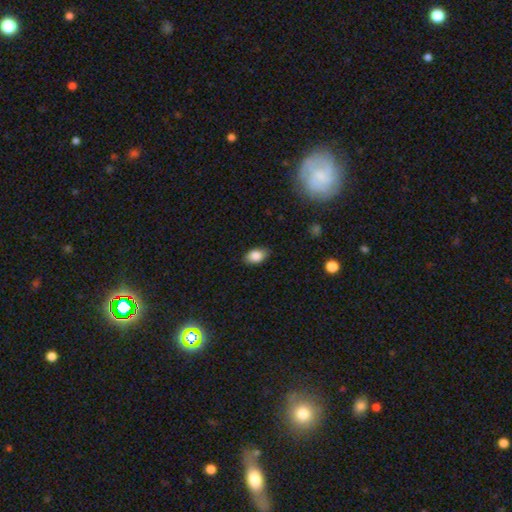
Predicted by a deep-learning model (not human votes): A smooth galaxy with no disk features (86%) that is in between round and cigar-shaped (90%).

Vote fractions:
- Smooth or featured? smooth: 86% / star or artifact: 8% / featured or disk: 6%
- How rounded? in between: 90% / round: 9% / cigar-shaped: 2%
- Merging? none: 84% / minor disturbance: 12% / major disturbance: 2% / merger: 1%